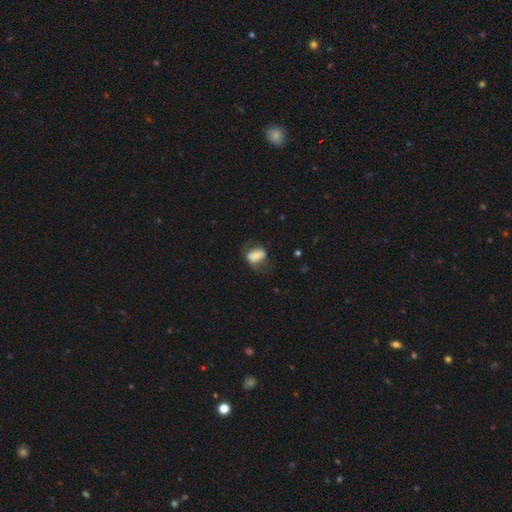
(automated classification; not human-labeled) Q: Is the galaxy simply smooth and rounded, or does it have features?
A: smooth — 63%.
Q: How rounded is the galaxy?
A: in between — 76%.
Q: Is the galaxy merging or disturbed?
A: none — 46%.